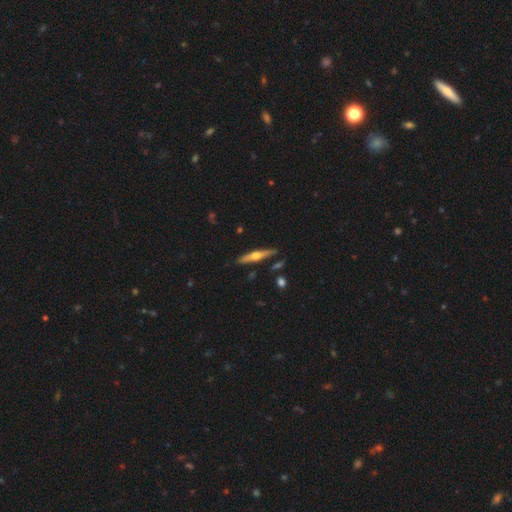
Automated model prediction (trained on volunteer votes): This appears to be a featured or disk galaxy (65%) viewed edge-on (96%) with a rounded central bulge (93%). Merging: none (86%).